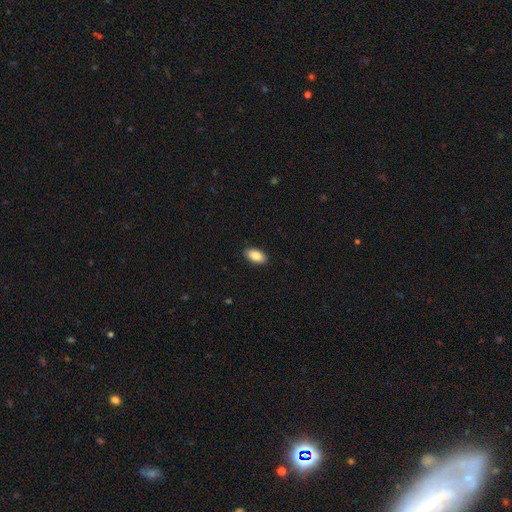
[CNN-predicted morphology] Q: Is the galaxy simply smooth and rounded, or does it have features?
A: smooth — 87%.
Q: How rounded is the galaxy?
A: in between — 94%.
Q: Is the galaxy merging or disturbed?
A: none — 90%.